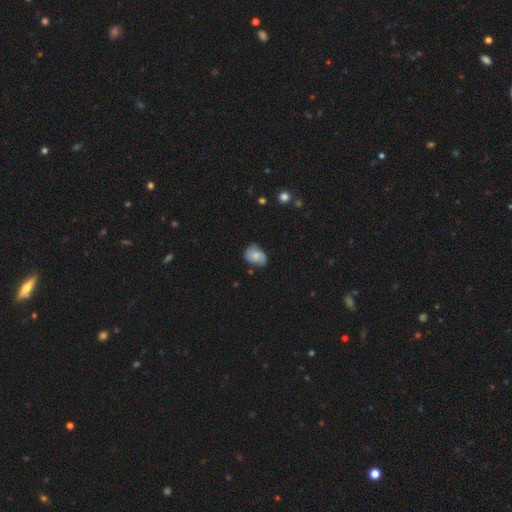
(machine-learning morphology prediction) Smooth or featured? Predicted: smooth (p=0.66). How rounded? Predicted: in between (p=0.71). Merging? Predicted: none (p=0.63).